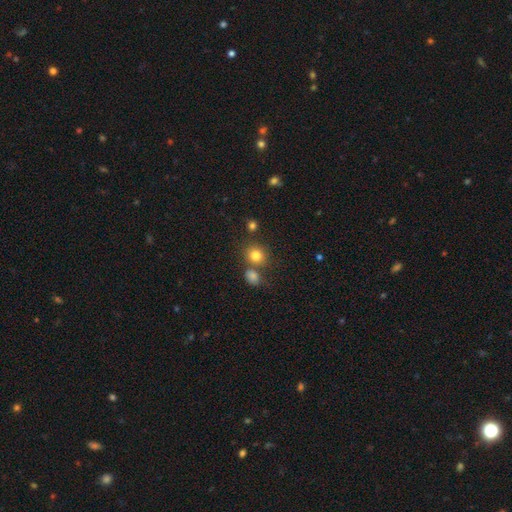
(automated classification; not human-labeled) smooth_or_featured: smooth (p=0.80) [alt: star or artifact p=0.13]
how_rounded: round (p=0.78) [alt: in between p=0.21]
merging: none (p=0.65) [alt: merger p=0.21]